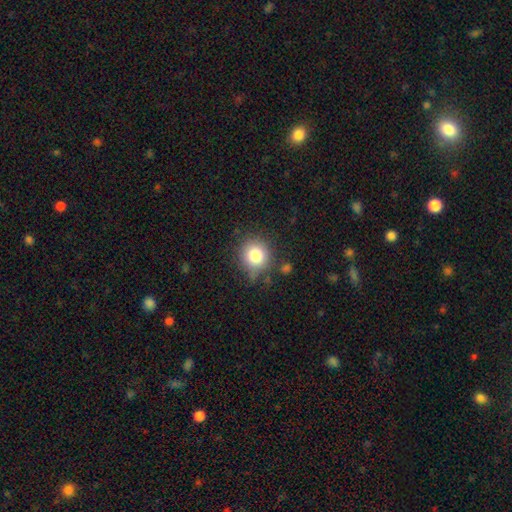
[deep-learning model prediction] The model was most divided on "smooth or featured": smooth: 80%, star or artifact: 13%, featured or disk: 7%. More confident: how rounded — round (91%); merging — none (82%).